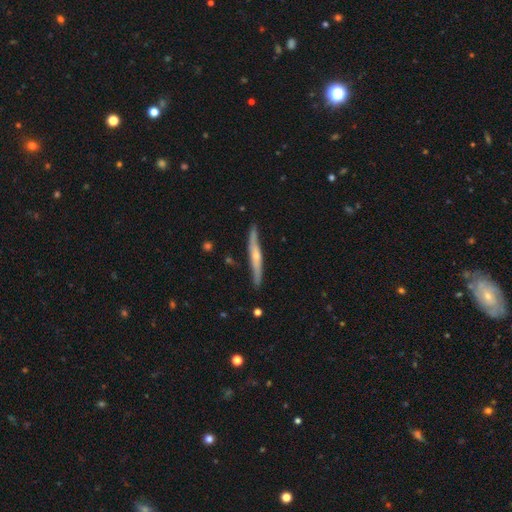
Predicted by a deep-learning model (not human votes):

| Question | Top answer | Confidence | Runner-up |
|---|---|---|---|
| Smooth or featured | featured or disk | 68% | smooth (27%) |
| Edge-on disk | yes | 93% | no (7%) |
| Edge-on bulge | rounded | 72% | none (24%) |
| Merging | none | 84% | minor disturbance (12%) |